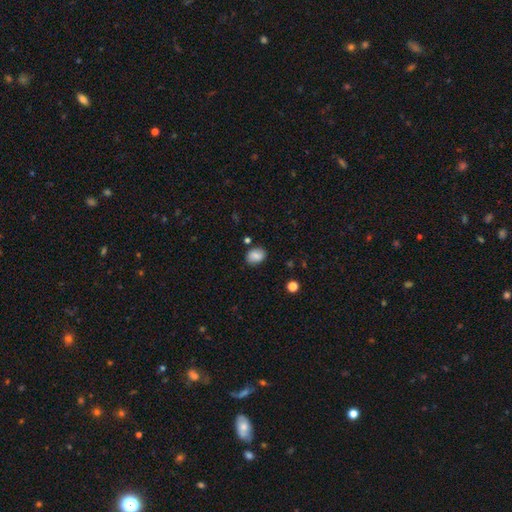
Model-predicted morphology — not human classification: This is clearly a smooth galaxy (80%). How rounded: likely in between (61%). Merging: clearly none (80%).